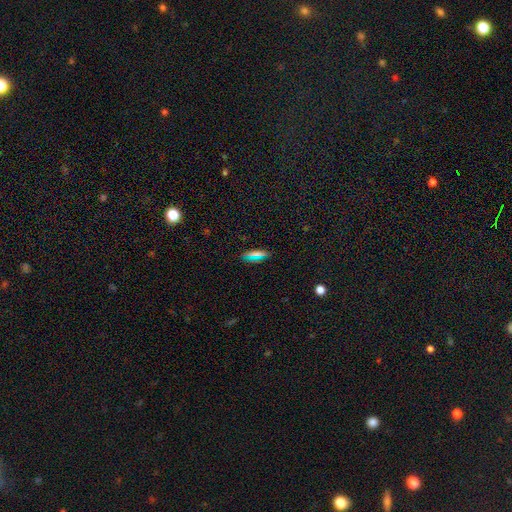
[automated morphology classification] The model was most divided on "how rounded": in between: 51%, cigar-shaped: 43%, round: 7%. More confident: merging — none (83%); smooth or featured — smooth (66%).